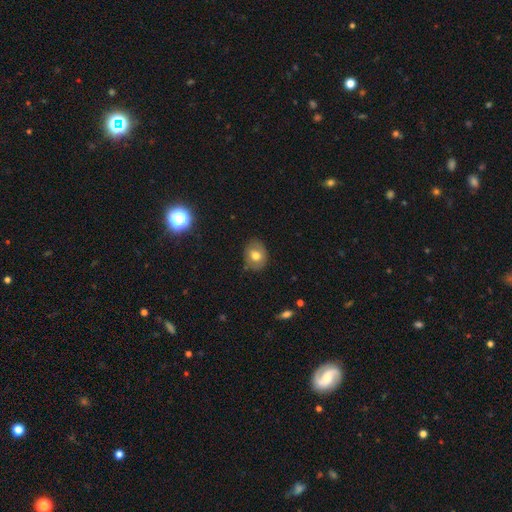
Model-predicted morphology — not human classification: Smooth or featured: smooth — 68% (featured or disk — 22%)
How rounded: round — 55% (in between — 44%)
Merging: none — 76% (minor disturbance — 18%)